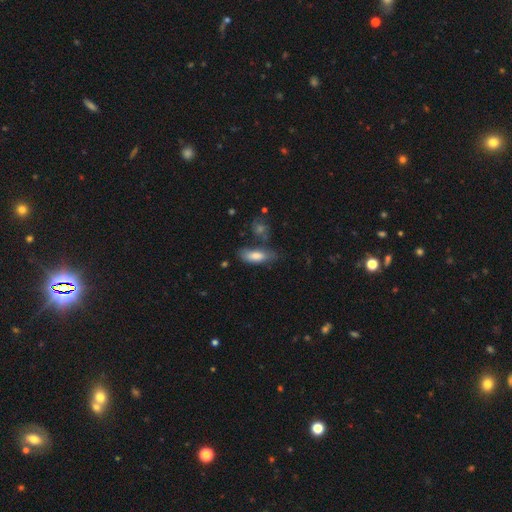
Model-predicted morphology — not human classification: Smooth or featured: smooth — 78% (featured or disk — 15%)
How rounded: in between — 69% (cigar-shaped — 29%)
Merging: none — 59% (minor disturbance — 23%)